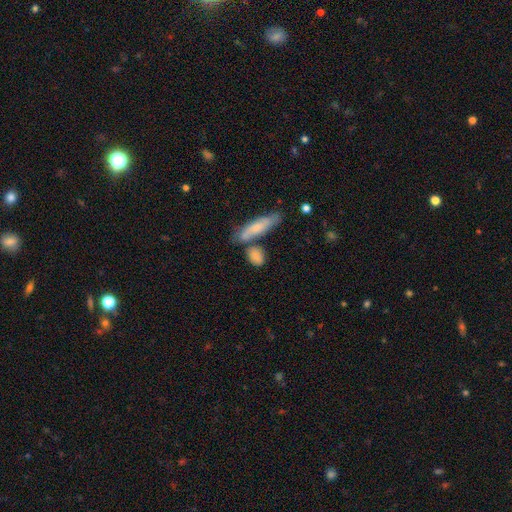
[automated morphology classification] A smooth galaxy with no disk features (80%) that is in between round and cigar-shaped (64%).

Vote fractions:
- Smooth or featured? smooth: 80% / featured or disk: 13% / star or artifact: 7%
- How rounded? in between: 64% / cigar-shaped: 22% / round: 14%
- Merging? none: 54% / merger: 26% / minor disturbance: 15% / major disturbance: 5%